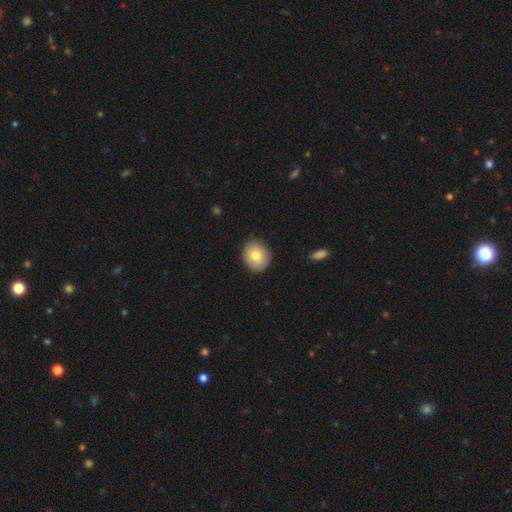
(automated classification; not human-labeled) Overall: smooth (77%). How rounded: round (58%; in between 41%). Merging: none (85%).